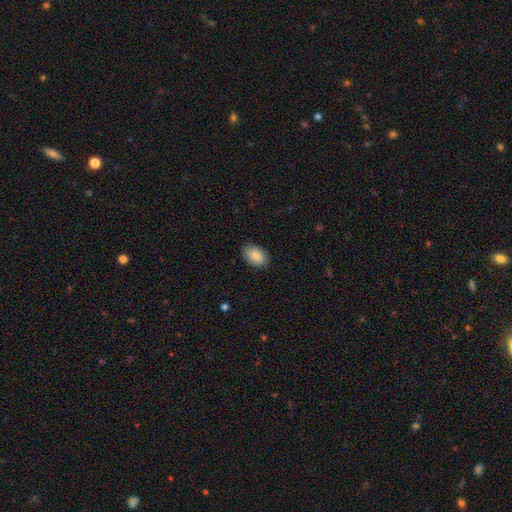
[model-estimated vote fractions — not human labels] Q: Smooth or featured?
A: smooth (89%); runner-up: star or artifact (6%)
Q: How rounded?
A: in between (91%); runner-up: round (8%)
Q: Merging?
A: none (84%); runner-up: minor disturbance (13%)